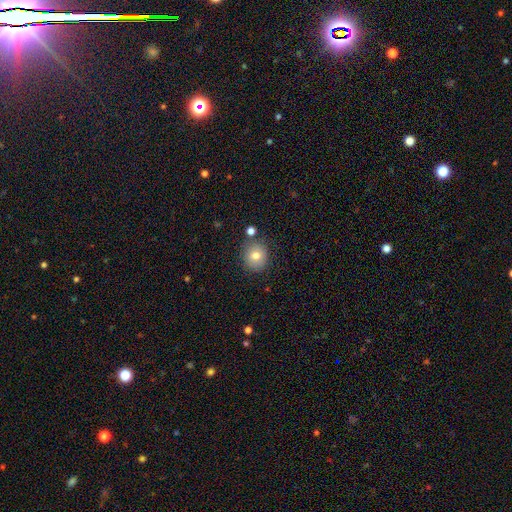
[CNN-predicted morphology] Smooth or featured?
  - smooth: 77% *
  - featured or disk: 12%
  - star or artifact: 11%
How rounded?
  - round: 79% *
  - in between: 20%
  - cigar-shaped: 1%
Merging?
  - none: 79% *
  - minor disturbance: 11%
  - merger: 6%
  - major disturbance: 3%